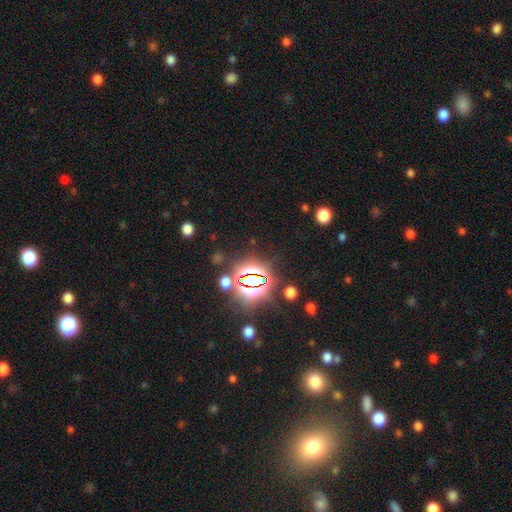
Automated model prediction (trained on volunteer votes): Overall: star or artifact (82%).